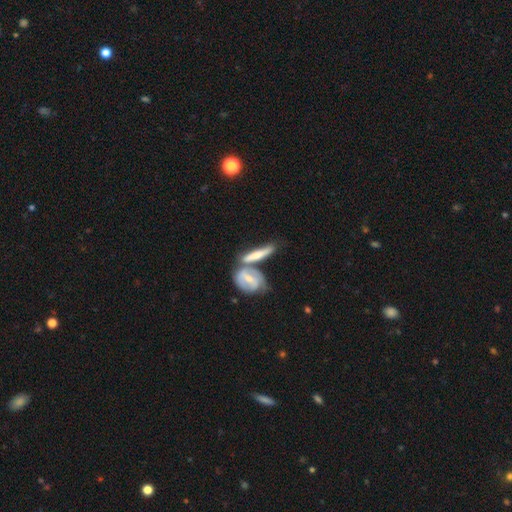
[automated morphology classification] This is possibly a featured or disk galaxy (57%). It is possibly viewed edge-on (52%). Merging: marginally none (42%, tied with merger).